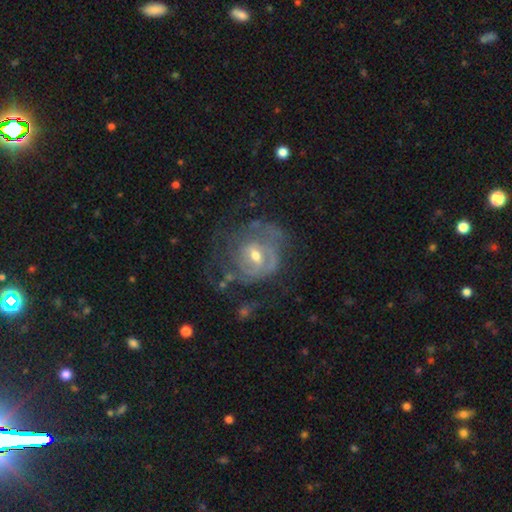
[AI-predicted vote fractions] A featured or disk galaxy (76%) with a weak bar (48%), tight (56%) spiral arms (73%) and a moderate central bulge (61%).

Vote fractions:
- Smooth or featured? featured or disk: 76% / smooth: 16% / star or artifact: 7%
- Edge-on disk? no: 97% / yes: 3%
- Bar? weak: 48% / no: 39% / strong: 13%
- Spiral arms? yes: 73% / no: 27%
- Spiral winding? tight: 56% / medium: 30% / loose: 14%
- Spiral arm count? can't tell: 48% / 2: 23% / 1: 11% / 3: 10% / 4: 4% / more than 4: 3%
- Bulge size? moderate: 61% / small: 33% / large: 4% / none: 1% / dominant: 1%
- Merging? none: 48% / major disturbance: 27% / minor disturbance: 22% / merger: 3%